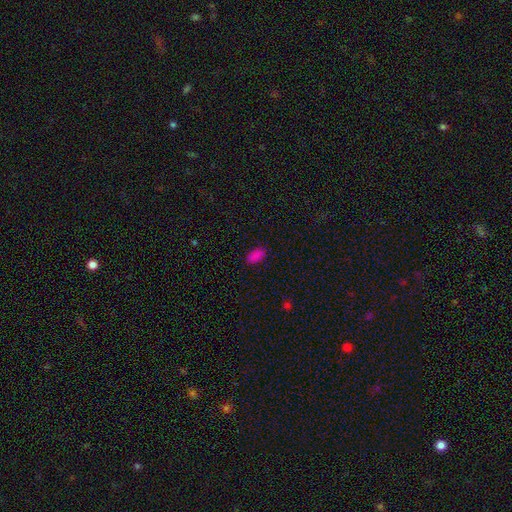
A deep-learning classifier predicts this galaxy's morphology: This is clearly a smooth galaxy (84%). How rounded: clearly in between (94%). Merging: clearly none (87%).